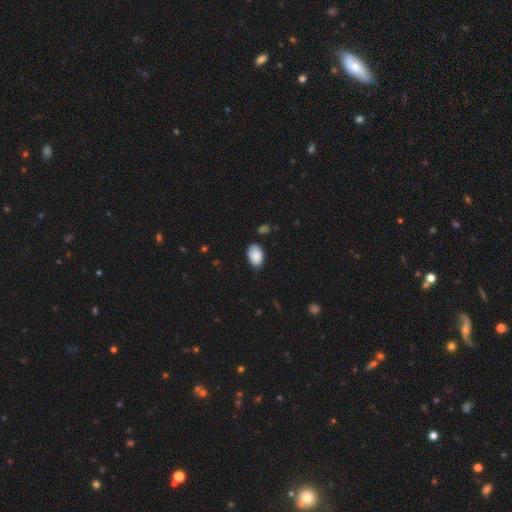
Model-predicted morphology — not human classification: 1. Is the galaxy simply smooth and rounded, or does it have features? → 89% smooth, 7% star or artifact, 5% featured or disk.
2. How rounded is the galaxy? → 93% in between, 6% round, 1% cigar-shaped.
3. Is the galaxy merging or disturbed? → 73% none, 22% minor disturbance, 3% major disturbance, 2% merger.